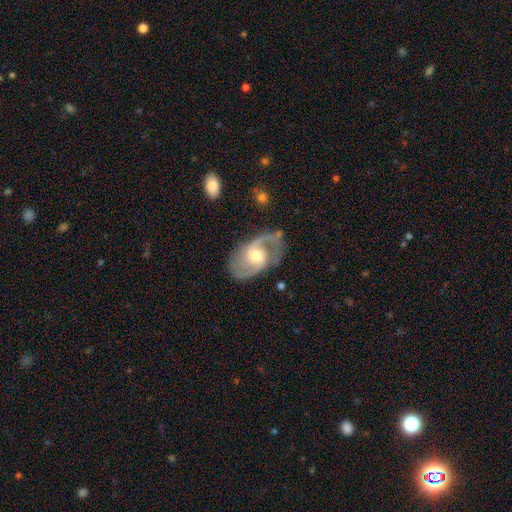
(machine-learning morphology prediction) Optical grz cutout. It shows a featured or disk galaxy (88%) with a weak bar (48%), 2 (89%) medium (55%) spiral arms (97%) and a moderate central bulge (65%). Merging: none (74%).